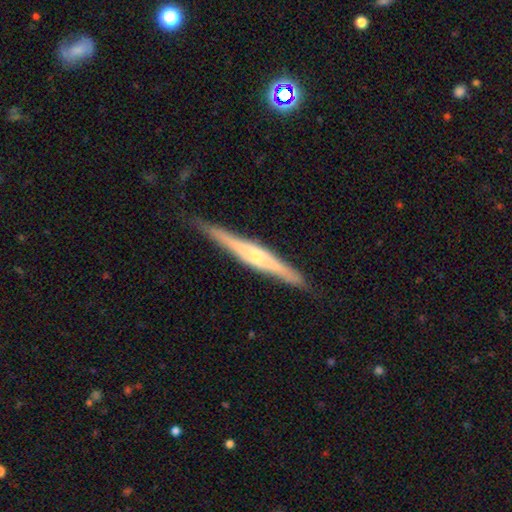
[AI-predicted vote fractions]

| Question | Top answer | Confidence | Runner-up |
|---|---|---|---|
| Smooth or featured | featured or disk | 74% | smooth (20%) |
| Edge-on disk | yes | 97% | no (3%) |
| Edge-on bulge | rounded | 74% | boxy (14%) |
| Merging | none | 86% | minor disturbance (11%) |